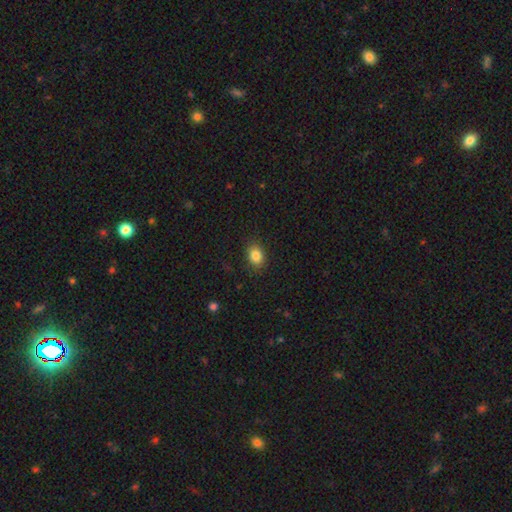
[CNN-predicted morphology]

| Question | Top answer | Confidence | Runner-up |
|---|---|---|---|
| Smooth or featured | smooth | 85% | star or artifact (10%) |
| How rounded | in between | 67% | round (32%) |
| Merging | none | 86% | minor disturbance (10%) |